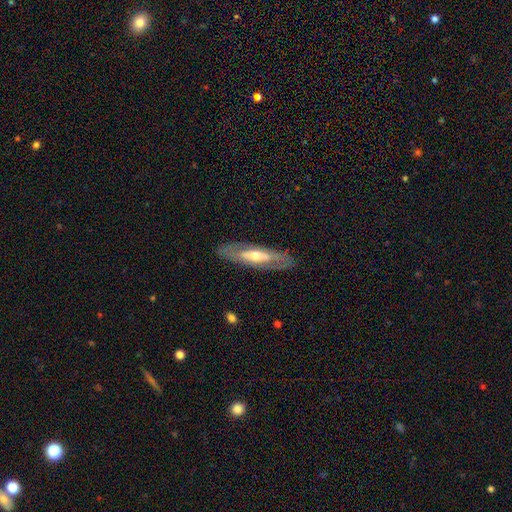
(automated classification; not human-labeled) A featured or disk galaxy (63%).

Vote fractions:
- Smooth or featured? featured or disk: 63% / smooth: 31% / star or artifact: 5%
- Edge-on disk? no: 64% / yes: 36%
- Merging? none: 84% / minor disturbance: 11% / major disturbance: 4% / merger: 1%